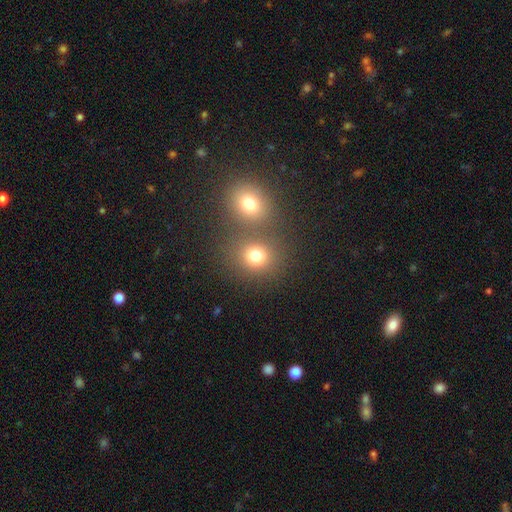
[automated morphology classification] The model was most divided on "merging": none: 59%, merger: 30%, minor disturbance: 7%, major disturbance: 3%. More confident: how rounded — round (78%); smooth or featured — smooth (77%).